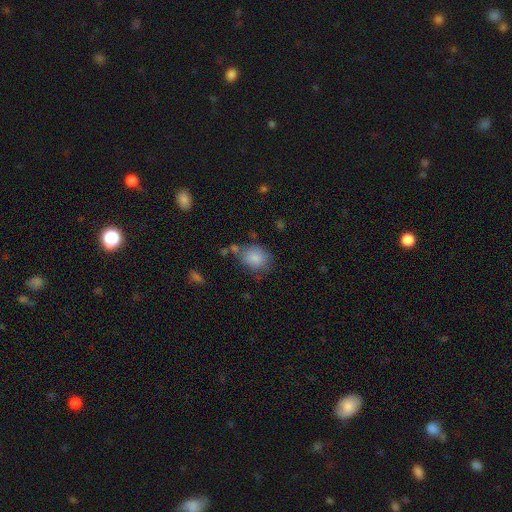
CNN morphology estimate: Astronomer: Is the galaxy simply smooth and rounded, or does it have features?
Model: smooth — 83%.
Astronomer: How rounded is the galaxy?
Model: round — 56% (runner-up: in between, 43%).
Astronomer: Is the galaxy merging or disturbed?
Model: none — 66%.